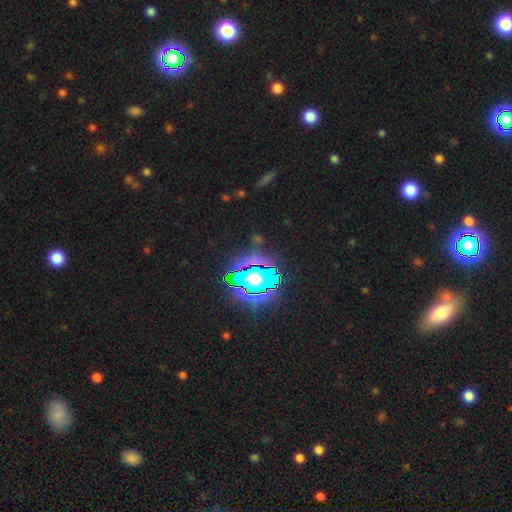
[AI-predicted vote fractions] Morphology: type=star or artifact (79%).